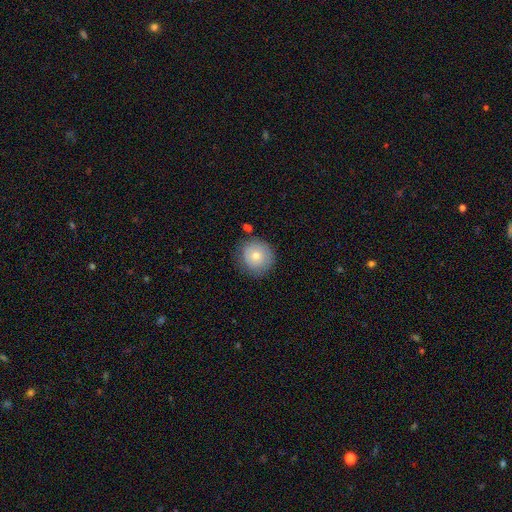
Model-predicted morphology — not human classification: Smooth or featured: smooth — 71% (featured or disk — 20%)
How rounded: round — 93% (in between — 6%)
Merging: none — 81% (minor disturbance — 13%)